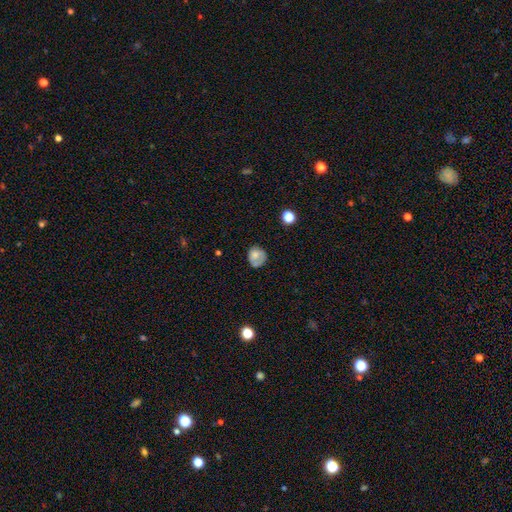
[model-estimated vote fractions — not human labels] A smooth galaxy with no disk features (69%) that is round (74%).

Vote fractions:
- Smooth or featured? smooth: 69% / featured or disk: 22% / star or artifact: 9%
- How rounded? round: 74% / in between: 25% / cigar-shaped: 1%
- Merging? none: 55% / minor disturbance: 27% / major disturbance: 14% / merger: 3%